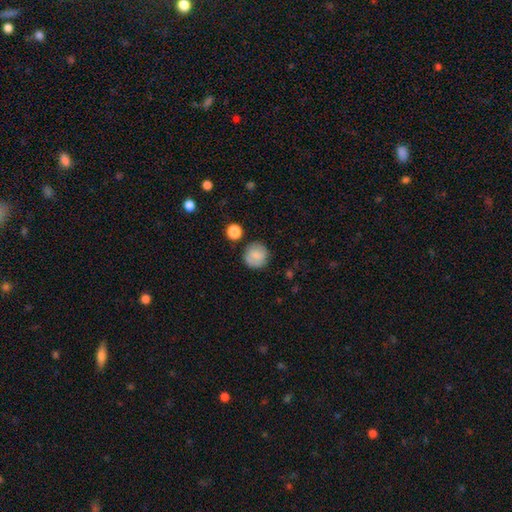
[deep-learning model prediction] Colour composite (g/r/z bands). It shows a smooth galaxy with no disk features (74%) that is round (91%). Merging: none (80%).